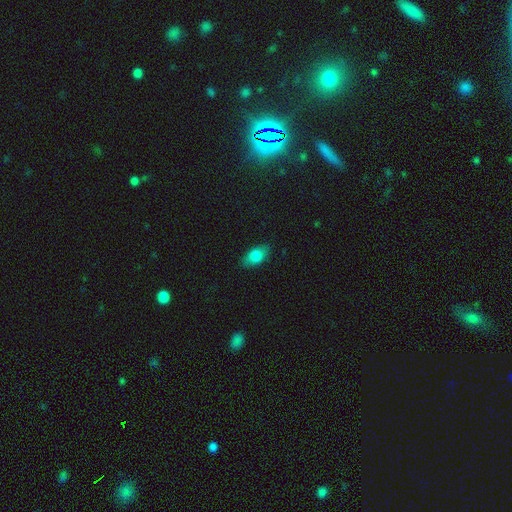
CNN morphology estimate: Smooth or featured? smooth (79%)
How rounded? in between (89%)
Merging? none (84%)